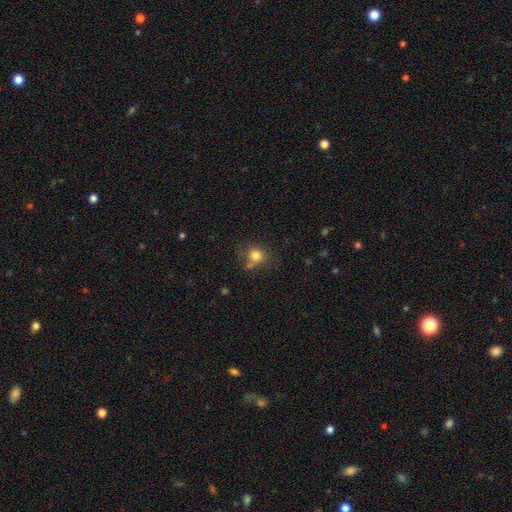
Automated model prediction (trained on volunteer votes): Morphology: type=smooth (79%); roundness=round (82%); merging=none (64%).